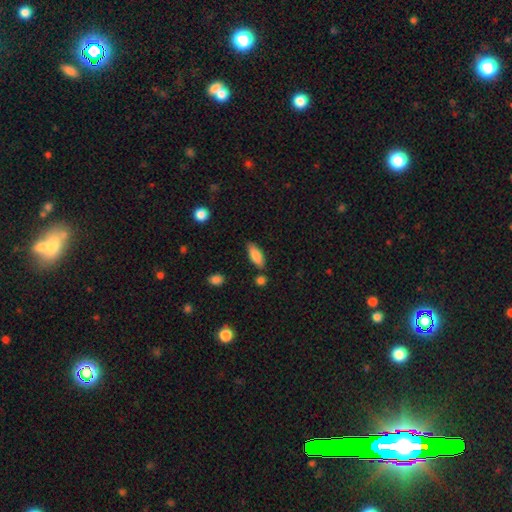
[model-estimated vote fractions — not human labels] Q: Smooth or featured?
A: smooth (84%); runner-up: featured or disk (10%)
Q: How rounded?
A: in between (75%); runner-up: cigar-shaped (23%)
Q: Merging?
A: none (76%); runner-up: minor disturbance (15%)